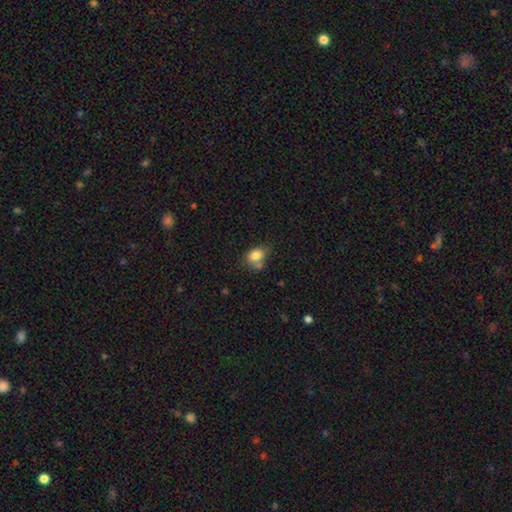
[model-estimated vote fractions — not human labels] smooth_or_featured: smooth (p=0.81) [alt: star or artifact p=0.10]
how_rounded: in between (p=0.59) [alt: round p=0.40]
merging: none (p=0.45) [alt: minor disturbance p=0.27]